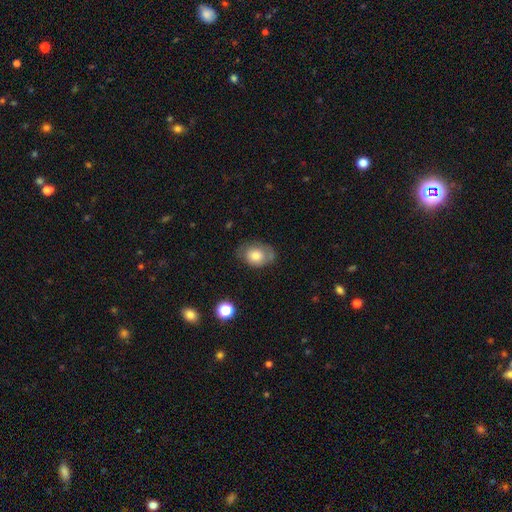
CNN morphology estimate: smooth-or-featured: smooth: 70% | featured or disk: 22% | star or artifact: 8%
  how-rounded: in between: 68% | round: 31% | cigar-shaped: 1%
  merging: none: 62% | minor disturbance: 26% | major disturbance: 10% | merger: 3%